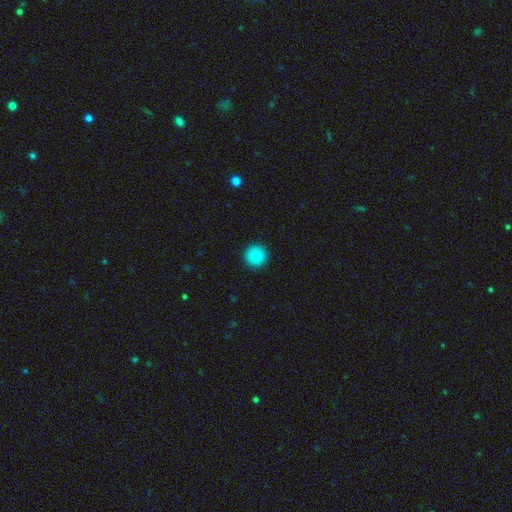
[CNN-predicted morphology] A smooth galaxy with no disk features (89%) that is round (95%).

Vote fractions:
- Smooth or featured? smooth: 89% / star or artifact: 8% / featured or disk: 3%
- How rounded? round: 95% / in between: 4% / cigar-shaped: 1%
- Merging? none: 92% / minor disturbance: 5% / major disturbance: 2% / merger: 1%